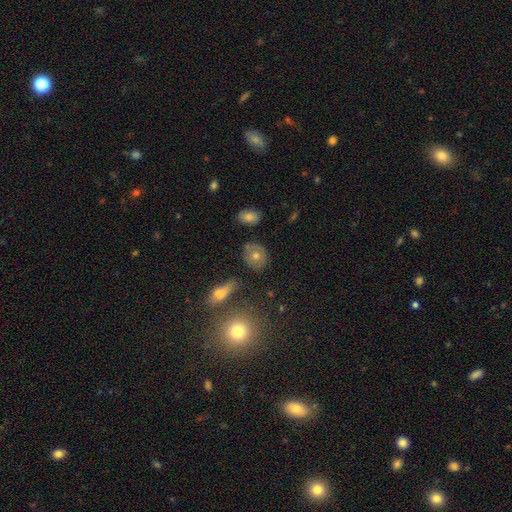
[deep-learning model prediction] Smooth or featured?
  - smooth: 62% *
  - featured or disk: 24%
  - star or artifact: 15%
How rounded?
  - round: 70% *
  - in between: 28%
  - cigar-shaped: 2%
Merging?
  - none: 79% *
  - minor disturbance: 13%
  - major disturbance: 4%
  - merger: 4%